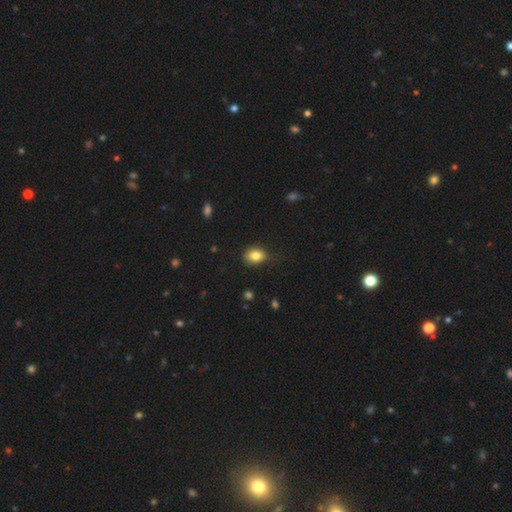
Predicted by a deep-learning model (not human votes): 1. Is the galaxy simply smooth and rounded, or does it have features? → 84% smooth, 9% star or artifact, 7% featured or disk.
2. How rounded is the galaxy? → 68% in between, 31% round, 1% cigar-shaped.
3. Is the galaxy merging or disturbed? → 72% none, 22% minor disturbance, 5% major disturbance, 1% merger.